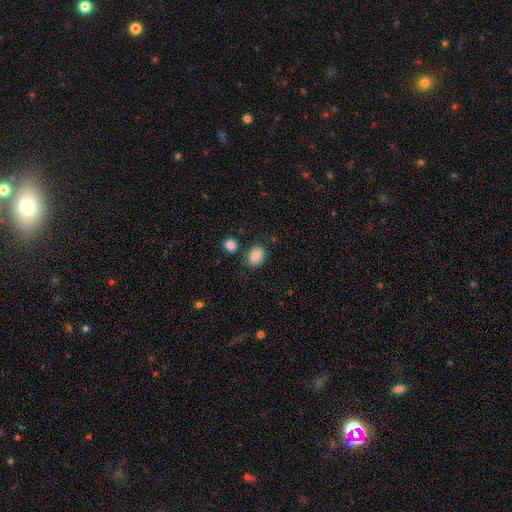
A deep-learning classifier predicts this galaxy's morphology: Smooth or featured: smooth — 87% (star or artifact — 8%)
How rounded: in between — 59% (round — 40%)
Merging: none — 78% (minor disturbance — 13%)